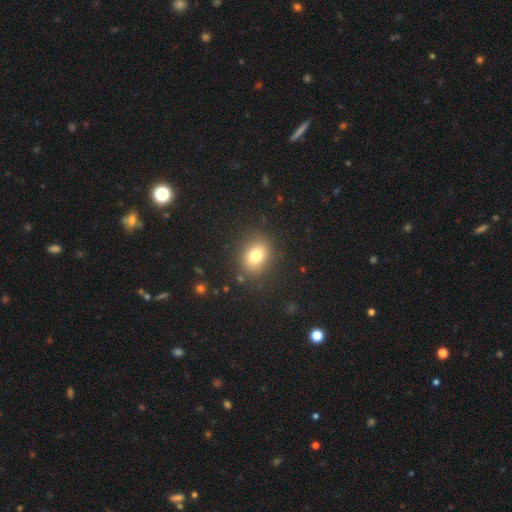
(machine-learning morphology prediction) This appears to be a smooth galaxy with no disk features (78%) that is in between round and cigar-shaped (54%). Merging: none (85%).